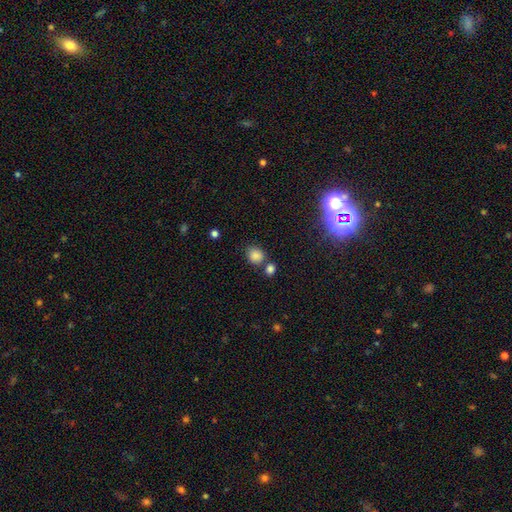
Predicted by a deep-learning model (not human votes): Smooth or featured: smooth — 83% (star or artifact — 12%)
How rounded: round — 64% (in between — 34%)
Merging: none — 65% (merger — 19%)